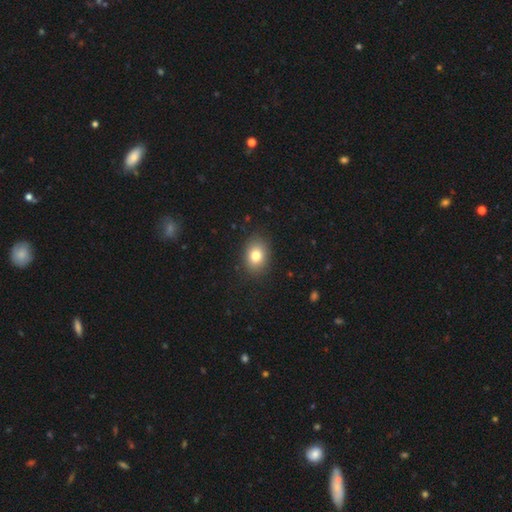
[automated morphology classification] This appears to be a smooth galaxy with no disk features (80%) that is in between round and cigar-shaped (63%). Merging: none (88%).